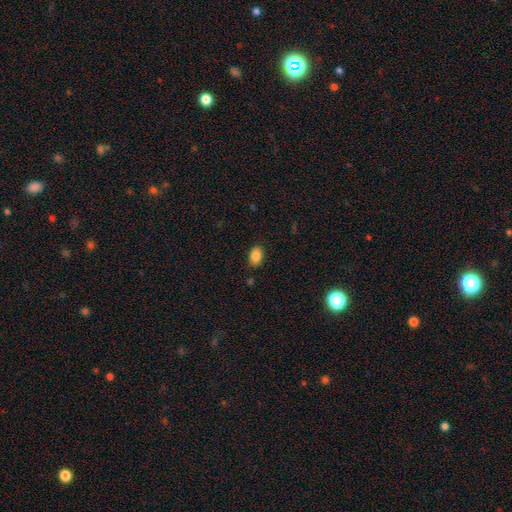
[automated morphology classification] This appears to be a smooth galaxy with no disk features (87%) that is in between round and cigar-shaped (84%). Merging: none (86%).